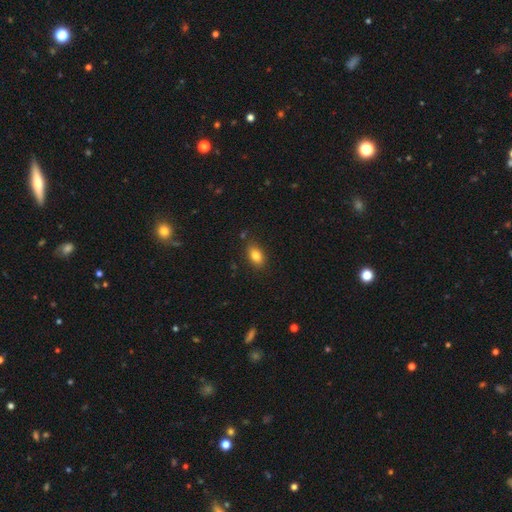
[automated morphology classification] Smooth or featured? smooth (83%)
How rounded? in between (86%)
Merging? none (83%)